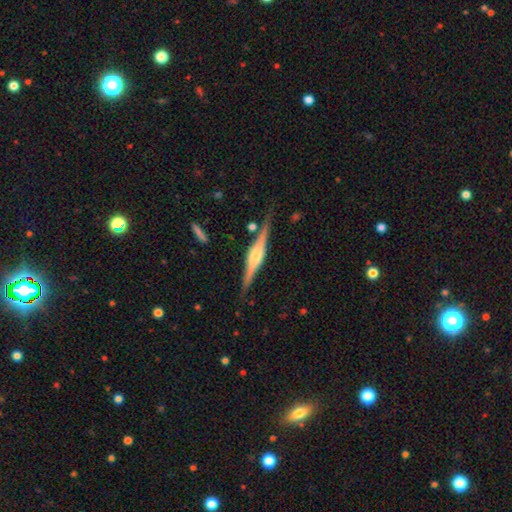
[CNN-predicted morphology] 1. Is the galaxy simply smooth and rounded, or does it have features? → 81% featured or disk, 14% smooth, 5% star or artifact.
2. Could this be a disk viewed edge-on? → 98% yes, 2% no.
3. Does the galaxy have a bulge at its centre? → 77% rounded, 19% boxy, 4% none.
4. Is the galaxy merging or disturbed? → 85% none, 10% minor disturbance, 2% major disturbance, 2% merger.